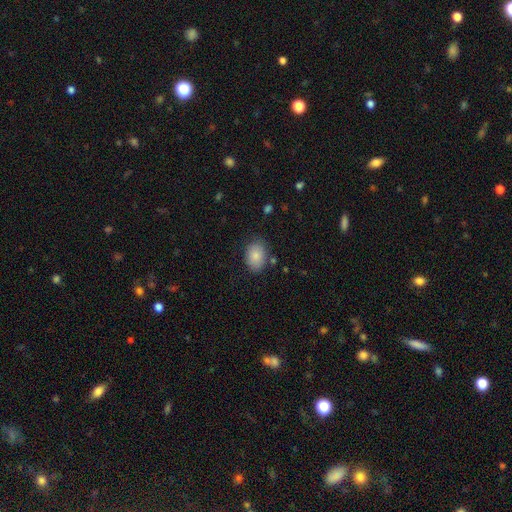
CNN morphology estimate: smooth 86%, star or artifact 7%, featured or disk 7%. Down the decision tree: how rounded — in between (80%); merging — none (78%).